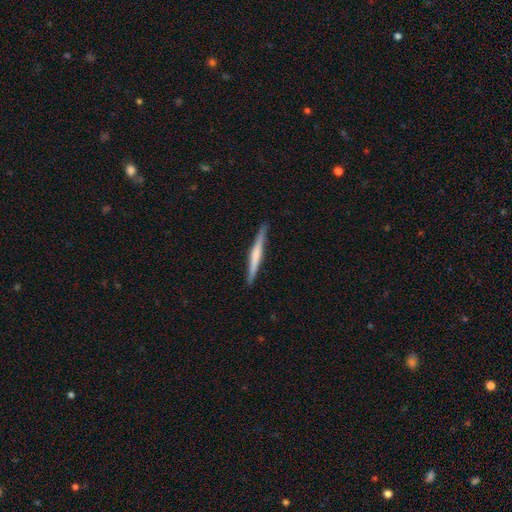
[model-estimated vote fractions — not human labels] featured or disk 51%, smooth 44%, star or artifact 5%. Down the decision tree: edge-on disk — yes (97%); edge-on bulge — none (47%); merging — none (90%).